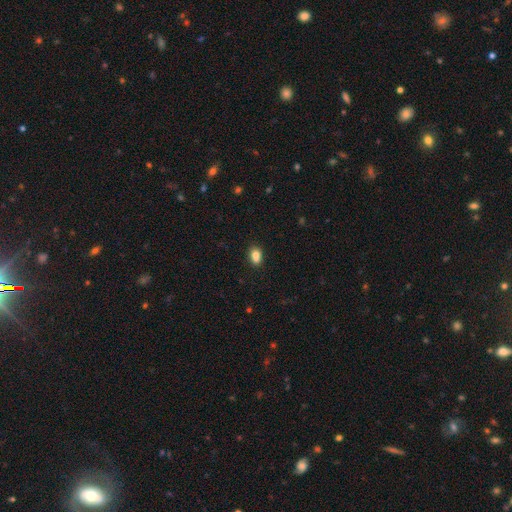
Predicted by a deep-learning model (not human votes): A smooth galaxy with no disk features (83%) that is in between round and cigar-shaped (77%).

Vote fractions:
- Smooth or featured? smooth: 83% / star or artifact: 10% / featured or disk: 7%
- How rounded? in between: 77% / round: 22% / cigar-shaped: 2%
- Merging? none: 70% / minor disturbance: 16% / merger: 11% / major disturbance: 4%